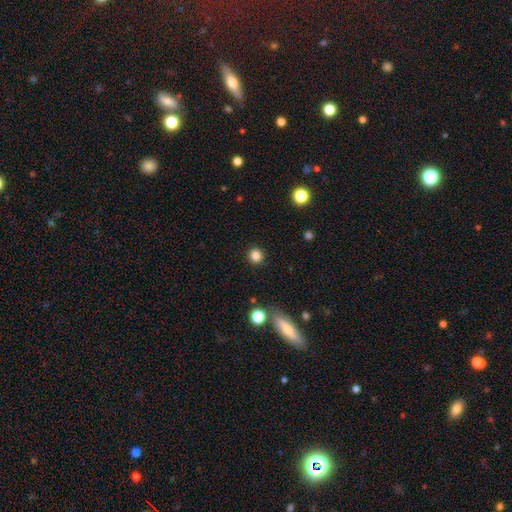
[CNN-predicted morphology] Smooth or featured? smooth (84%)
How rounded? round (92%)
Merging? none (91%)